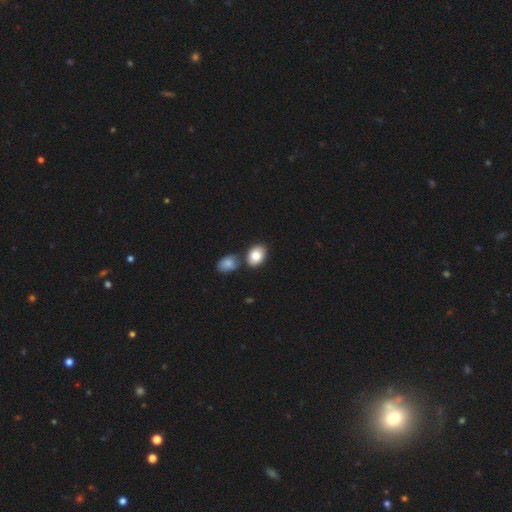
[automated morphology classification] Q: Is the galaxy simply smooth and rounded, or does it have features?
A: smooth — 84%.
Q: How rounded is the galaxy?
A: in between — 82%.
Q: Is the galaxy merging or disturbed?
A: none — 65%.